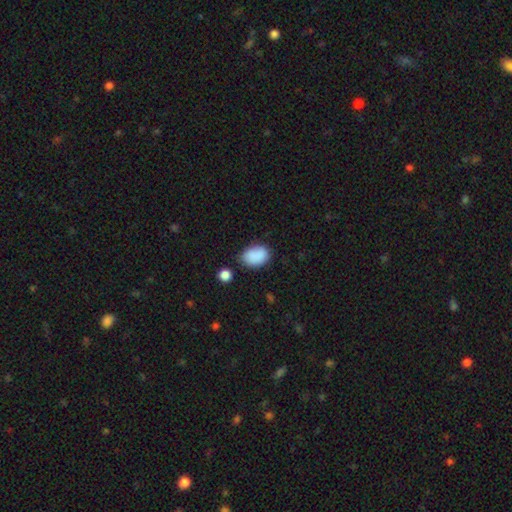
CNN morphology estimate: smooth_or_featured: smooth (p=0.88) [alt: star or artifact p=0.08]
how_rounded: in between (p=0.82) [alt: round p=0.17]
merging: none (p=0.71) [alt: minor disturbance p=0.20]